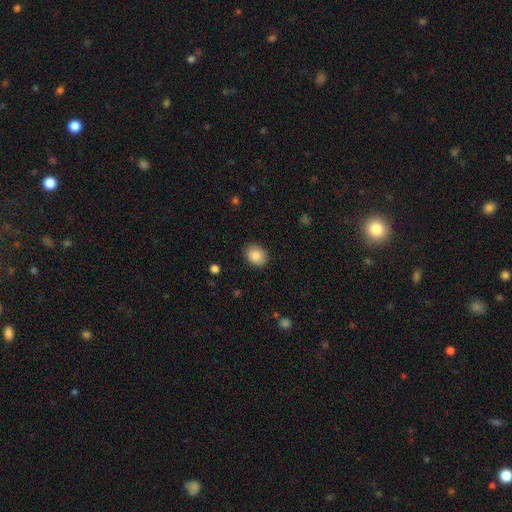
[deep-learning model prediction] smooth-or-featured: smooth: 87% | star or artifact: 8% | featured or disk: 5%
  how-rounded: in between: 51% | round: 48% | cigar-shaped: 1%
  merging: none: 88% | minor disturbance: 9% | major disturbance: 2% | merger: 1%